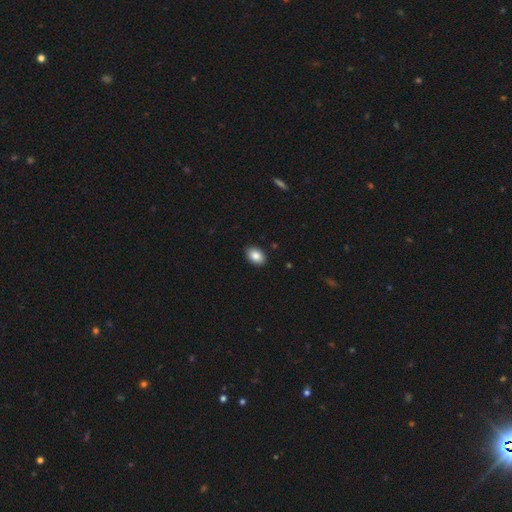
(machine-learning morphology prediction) A smooth galaxy with no disk features (86%) that is in between round and cigar-shaped (85%). Merging: none (90%).